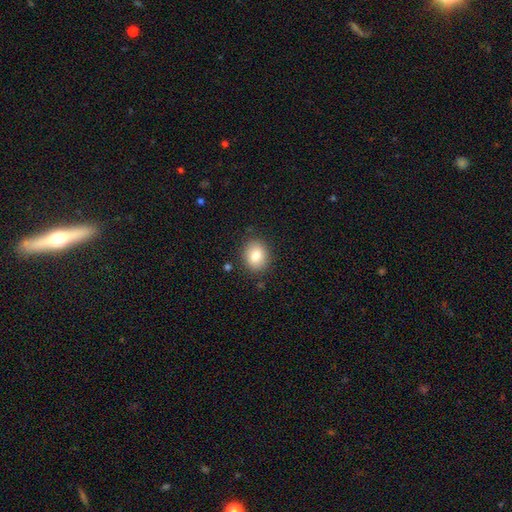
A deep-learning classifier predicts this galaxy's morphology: type=smooth (82%); roundness=round (57%); merging=none (86%).